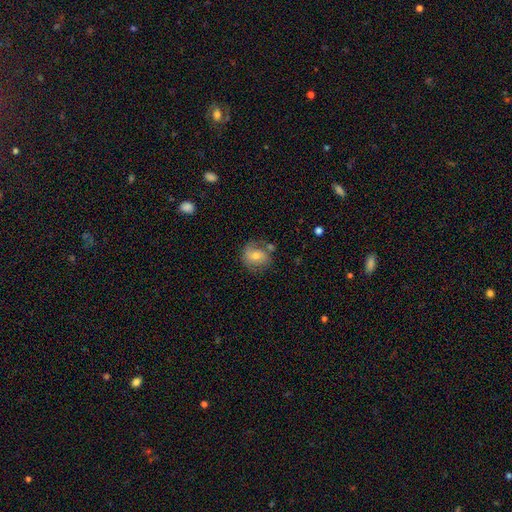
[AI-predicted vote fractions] smooth_or_featured: smooth (p=0.58) [alt: featured or disk p=0.33]
how_rounded: round (p=0.65) [alt: in between p=0.34]
merging: none (p=0.55) [alt: minor disturbance p=0.23]